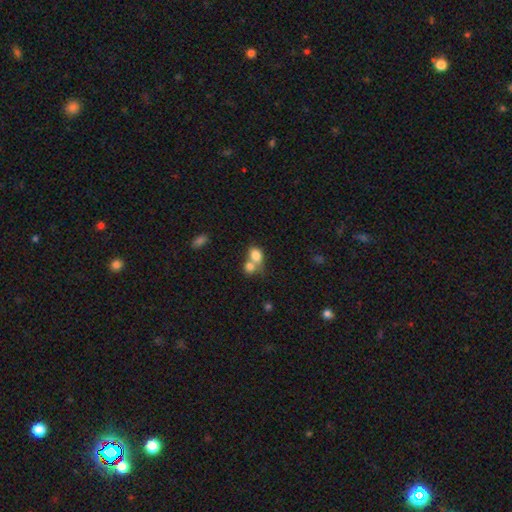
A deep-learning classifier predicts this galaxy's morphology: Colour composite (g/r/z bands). It shows a smooth galaxy with no disk features (79%) that is in between round and cigar-shaped (61%). Merging: merger (61%).